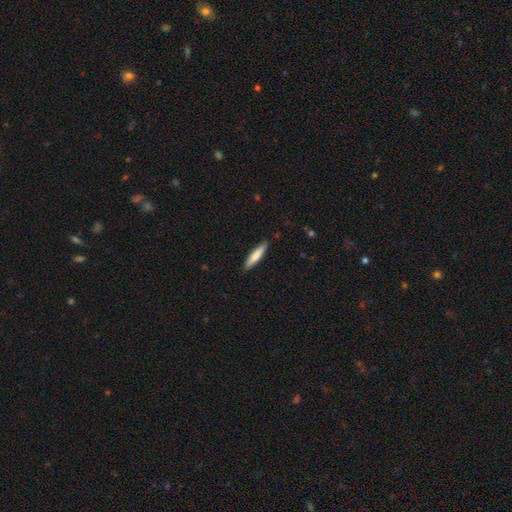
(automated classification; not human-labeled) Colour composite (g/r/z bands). It shows a smooth galaxy with no disk features (75%) that is cigar-shaped (85%). Merging: none (89%).